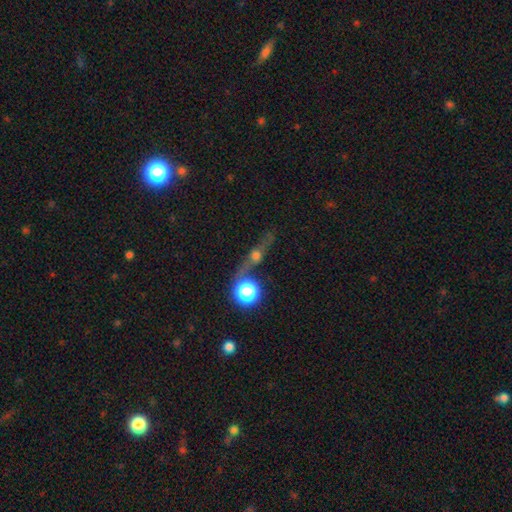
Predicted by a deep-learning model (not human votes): The model was most divided on "smooth or featured": featured or disk: 47%, smooth: 28%, star or artifact: 25%. More confident: merging — none (60%).